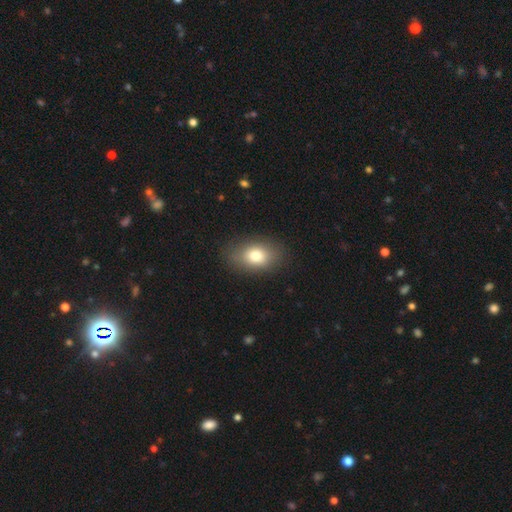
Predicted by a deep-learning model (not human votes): A smooth galaxy with no disk features (79%) that is in between round and cigar-shaped (81%). Merging: none (85%).